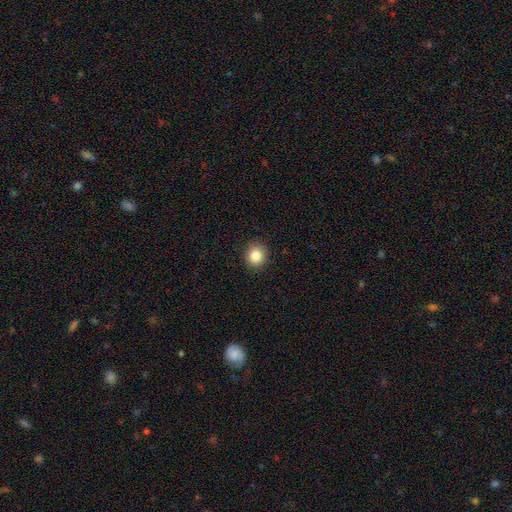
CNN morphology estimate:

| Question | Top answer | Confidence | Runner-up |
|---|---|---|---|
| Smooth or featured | smooth | 85% | star or artifact (10%) |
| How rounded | round | 85% | in between (14%) |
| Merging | none | 90% | minor disturbance (7%) |